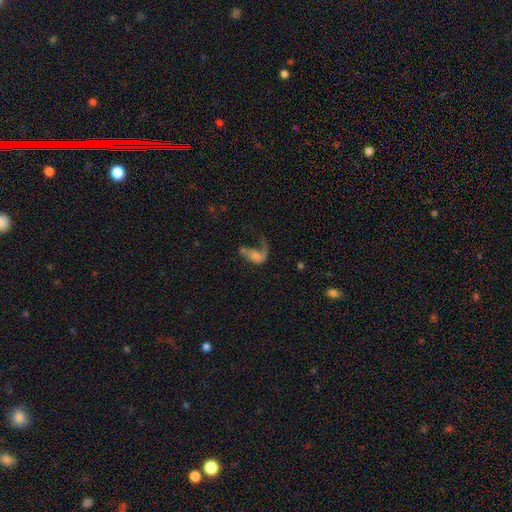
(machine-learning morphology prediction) Overall: featured or disk (57%; smooth 31%). Edge-on disk: no (95%). Bar: no (71%). Spiral arms: yes (66%; no 34%). Bulge size: none (37%; small 36%). Merging: major disturbance (55%; none 24%).